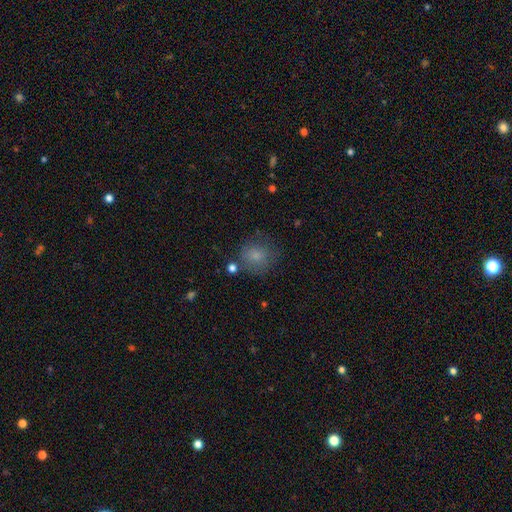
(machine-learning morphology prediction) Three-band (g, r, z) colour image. It shows a smooth galaxy with no disk features (78%) that is round (82%). Merging: none (72%).